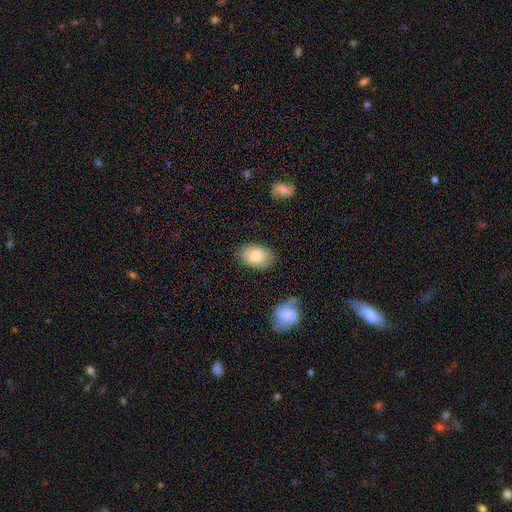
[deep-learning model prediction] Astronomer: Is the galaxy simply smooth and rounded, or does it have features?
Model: smooth — 80%.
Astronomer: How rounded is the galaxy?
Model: in between — 89%.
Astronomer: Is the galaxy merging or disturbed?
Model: none — 82%.